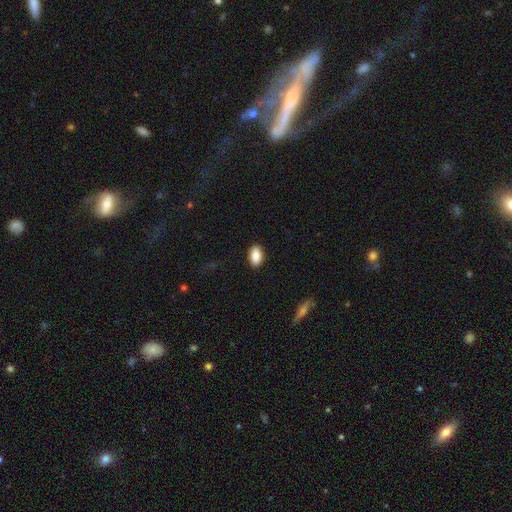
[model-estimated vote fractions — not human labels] Smooth or featured: smooth — 87% (star or artifact — 7%)
How rounded: in between — 91% (round — 5%)
Merging: none — 89% (minor disturbance — 8%)